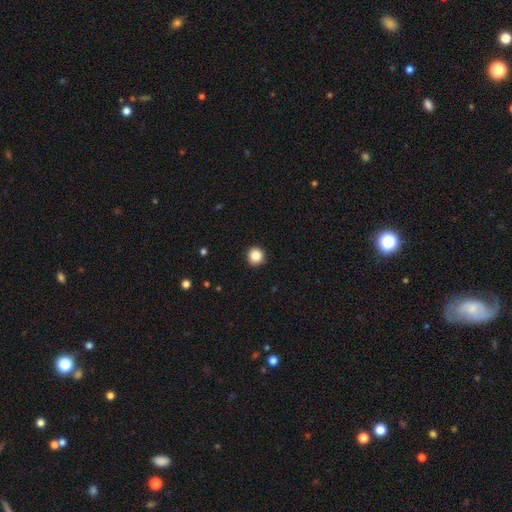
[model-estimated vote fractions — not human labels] Overall: smooth (86%). How rounded: round (95%). Merging: none (92%).